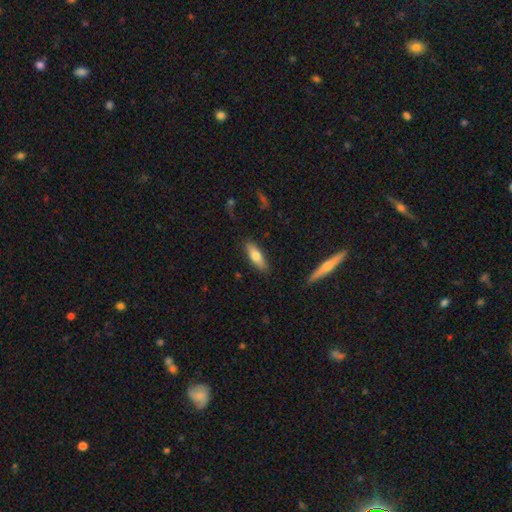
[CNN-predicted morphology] Smooth or featured? smooth (69%)
How rounded? in between (49%, tied with cigar-shaped)
Merging? none (86%)